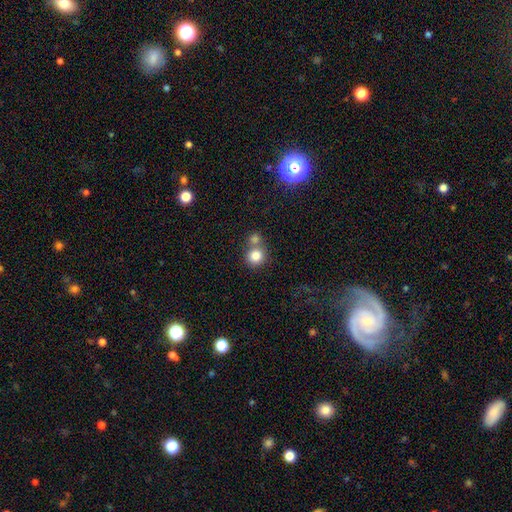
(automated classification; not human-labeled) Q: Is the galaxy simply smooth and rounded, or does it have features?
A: smooth — 82%.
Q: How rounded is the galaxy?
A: round — 89%.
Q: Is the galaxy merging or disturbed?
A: none — 50%.